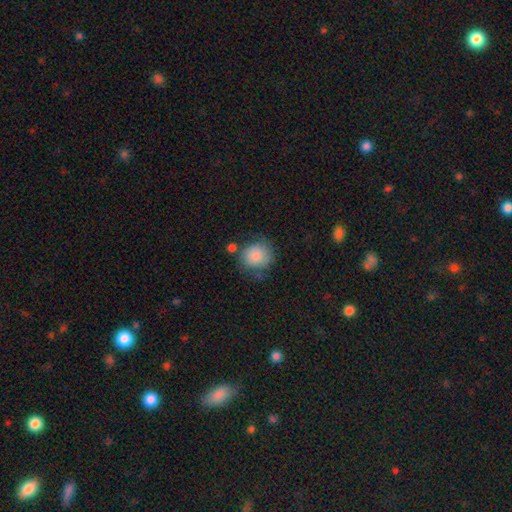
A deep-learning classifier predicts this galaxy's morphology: Smooth or featured: smooth — 84% (featured or disk — 9%)
How rounded: round — 80% (in between — 19%)
Merging: none — 62% (minor disturbance — 22%)